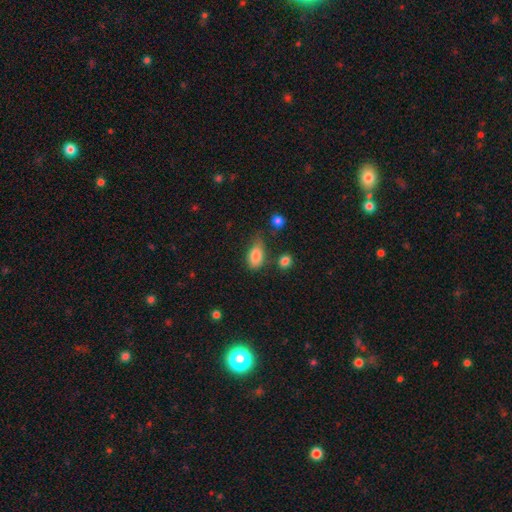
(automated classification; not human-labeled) A smooth galaxy with no disk features (84%) that is in between round and cigar-shaped (89%).

Vote fractions:
- Smooth or featured? smooth: 84% / star or artifact: 8% / featured or disk: 7%
- How rounded? in between: 89% / round: 7% / cigar-shaped: 4%
- Merging? none: 51% / minor disturbance: 34% / major disturbance: 10% / merger: 6%